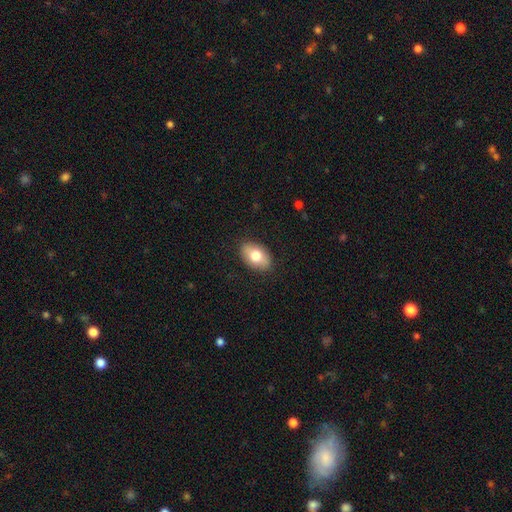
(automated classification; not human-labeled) smooth_or_featured: smooth (p=0.74) [alt: featured or disk p=0.19]
how_rounded: in between (p=0.89) [alt: round p=0.10]
merging: none (p=0.87) [alt: minor disturbance p=0.10]